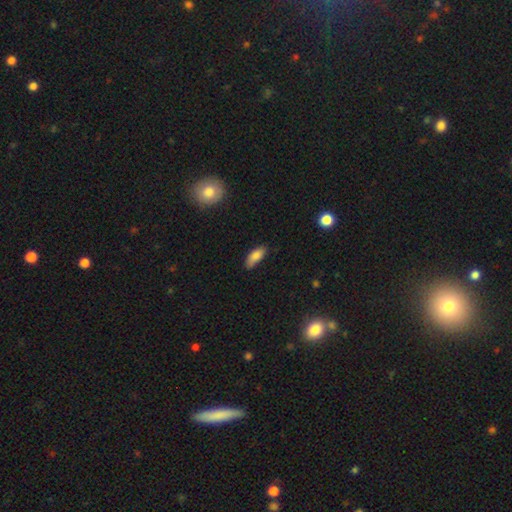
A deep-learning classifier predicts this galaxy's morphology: A smooth galaxy with no disk features (83%) that is in between round and cigar-shaped (79%).

Vote fractions:
- Smooth or featured? smooth: 83% / featured or disk: 10% / star or artifact: 8%
- How rounded? in between: 79% / cigar-shaped: 19% / round: 2%
- Merging? none: 69% / minor disturbance: 25% / major disturbance: 4% / merger: 2%